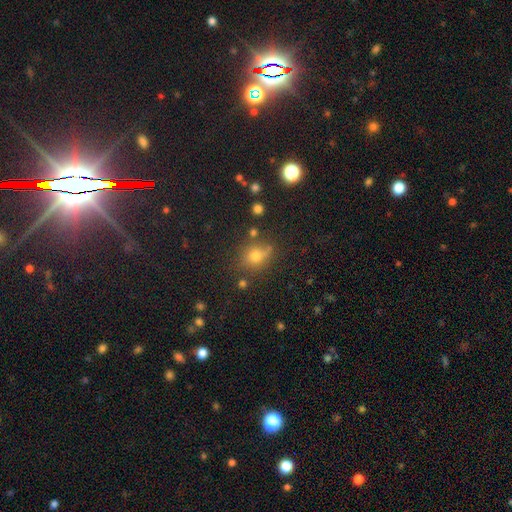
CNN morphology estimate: A smooth galaxy with no disk features (69%) that is round (70%).

Vote fractions:
- Smooth or featured? smooth: 69% / star or artifact: 21% / featured or disk: 10%
- How rounded? round: 70% / in between: 28% / cigar-shaped: 2%
- Merging? none: 69% / minor disturbance: 17% / merger: 9% / major disturbance: 5%